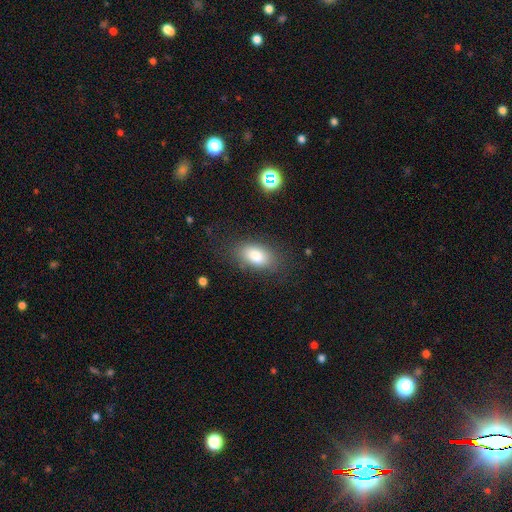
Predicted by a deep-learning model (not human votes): smooth-or-featured: smooth: 82% | featured or disk: 9% | star or artifact: 9%
  how-rounded: in between: 91% | round: 6% | cigar-shaped: 3%
  merging: none: 79% | minor disturbance: 14% | major disturbance: 6% | merger: 1%